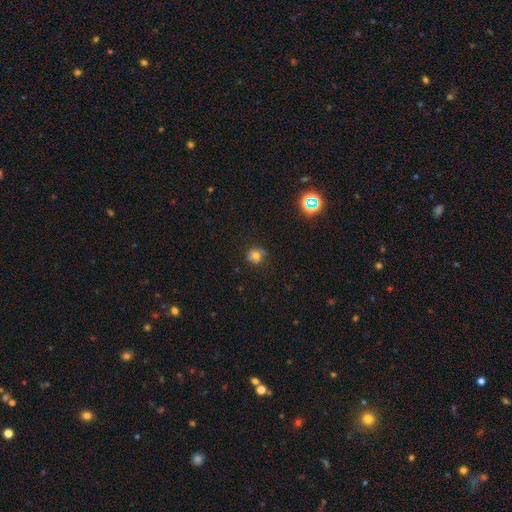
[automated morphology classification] Smooth or featured? smooth (63%)
How rounded? round (77%)
Merging? none (69%)